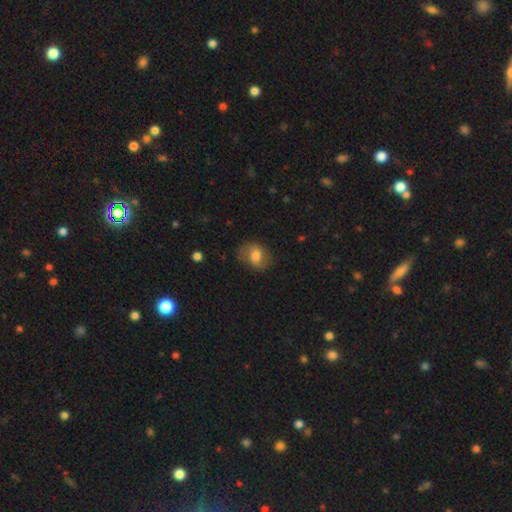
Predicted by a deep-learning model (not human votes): Overall: smooth (55%; featured or disk 37%). How rounded: in between (56%; round 42%). Merging: none (71%).